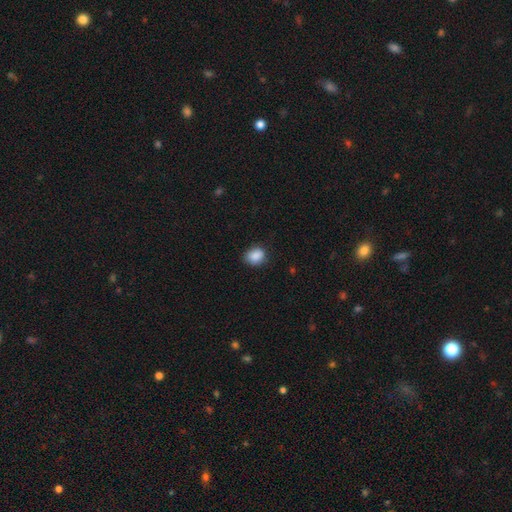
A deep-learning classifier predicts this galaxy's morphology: Overall: smooth (88%). How rounded: in between (51%; round 48%). Merging: none (77%).